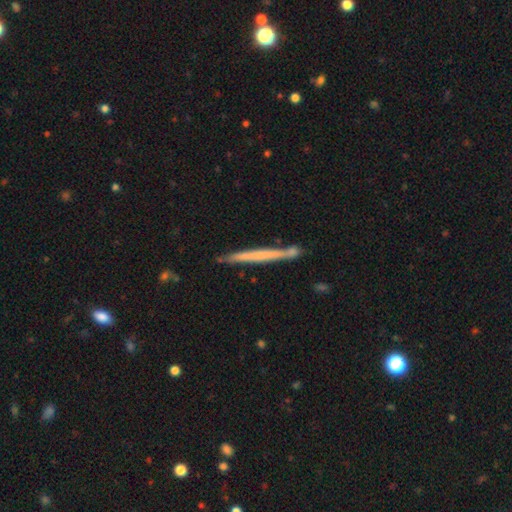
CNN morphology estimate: Q: Smooth or featured?
A: featured or disk (48%); runner-up: smooth (47%)
Q: Merging?
A: none (80%); runner-up: minor disturbance (11%)